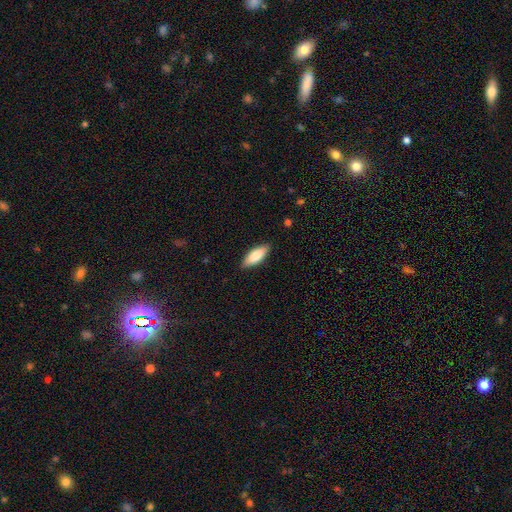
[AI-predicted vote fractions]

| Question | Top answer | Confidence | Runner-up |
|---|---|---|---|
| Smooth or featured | smooth | 82% | featured or disk (13%) |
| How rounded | in between | 69% | cigar-shaped (29%) |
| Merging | none | 88% | minor disturbance (9%) |